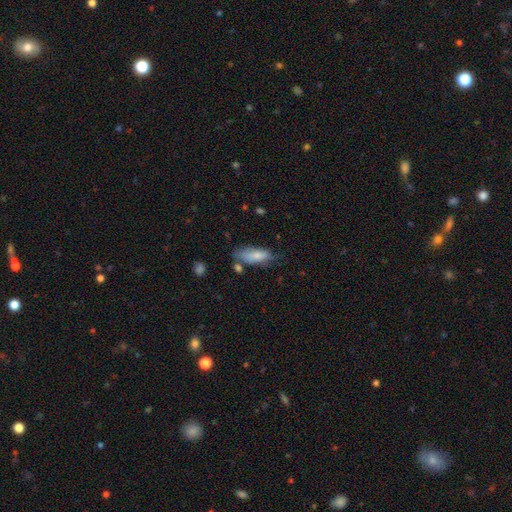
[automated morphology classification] type=smooth (79%); roundness=in between (77%); merging=none (55%).